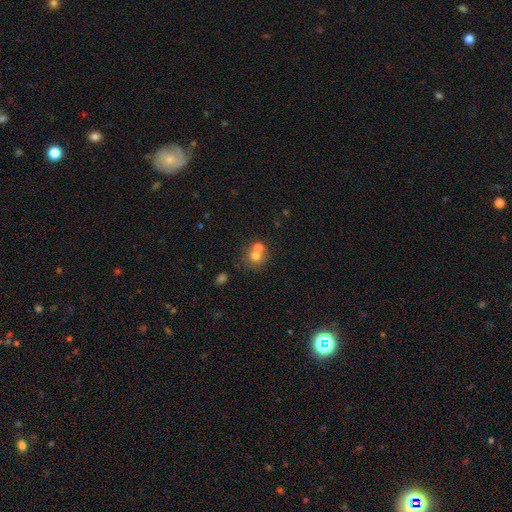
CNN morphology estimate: smooth 69%, featured or disk 19%, star or artifact 13%. Down the decision tree: how rounded — round (80%); merging — merger (53%).